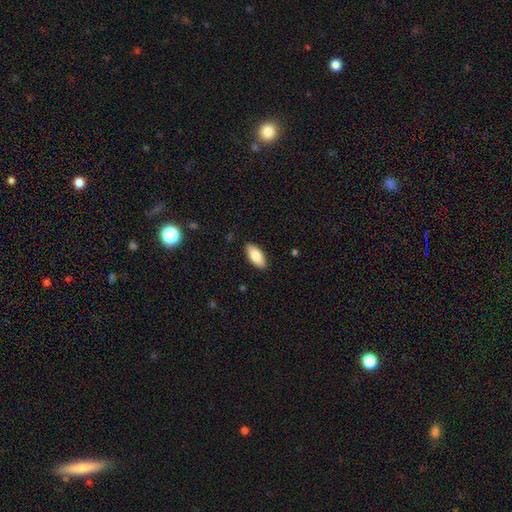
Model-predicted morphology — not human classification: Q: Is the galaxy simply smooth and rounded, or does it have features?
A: smooth — 83%.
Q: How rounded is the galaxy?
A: in between — 86%.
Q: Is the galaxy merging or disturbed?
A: none — 88%.